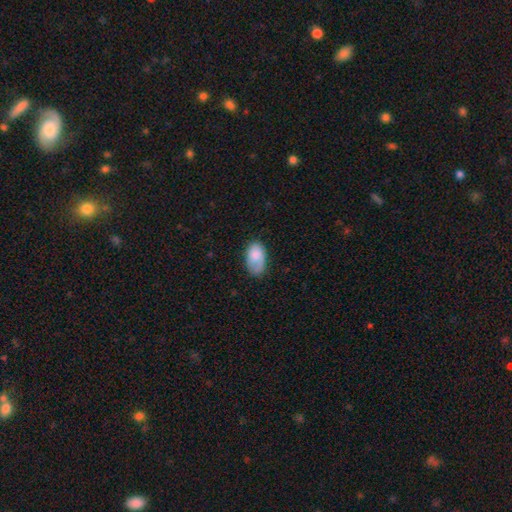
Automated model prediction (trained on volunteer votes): Smooth or featured?
  - smooth: 83% *
  - featured or disk: 11%
  - star or artifact: 7%
How rounded?
  - in between: 93% *
  - round: 5%
  - cigar-shaped: 1%
Merging?
  - none: 58% *
  - minor disturbance: 30%
  - major disturbance: 10%
  - merger: 2%